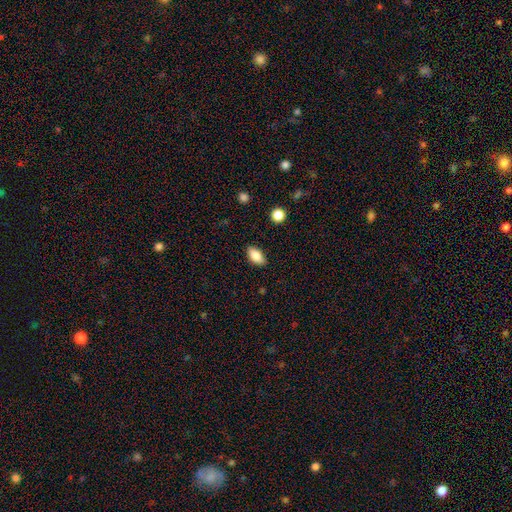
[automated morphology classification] smooth-or-featured: smooth: 85% | star or artifact: 8% | featured or disk: 8%
  how-rounded: in between: 90% | cigar-shaped: 6% | round: 4%
  merging: none: 86% | minor disturbance: 10% | major disturbance: 2% | merger: 1%